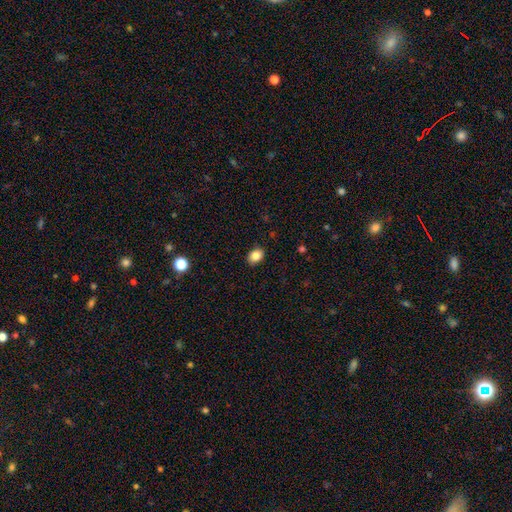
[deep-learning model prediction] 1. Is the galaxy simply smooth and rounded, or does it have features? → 85% smooth, 9% star or artifact, 6% featured or disk.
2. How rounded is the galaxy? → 67% in between, 32% round, 1% cigar-shaped.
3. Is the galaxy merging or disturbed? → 89% none, 8% minor disturbance, 2% major disturbance, 1% merger.